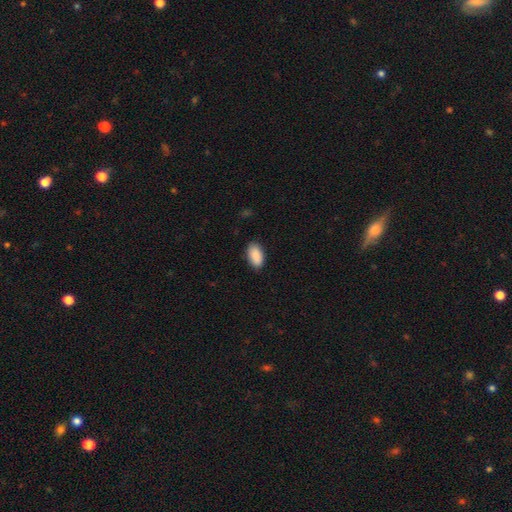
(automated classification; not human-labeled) Q: Smooth or featured?
A: smooth (90%); runner-up: star or artifact (6%)
Q: How rounded?
A: in between (95%); runner-up: round (3%)
Q: Merging?
A: none (86%); runner-up: minor disturbance (11%)